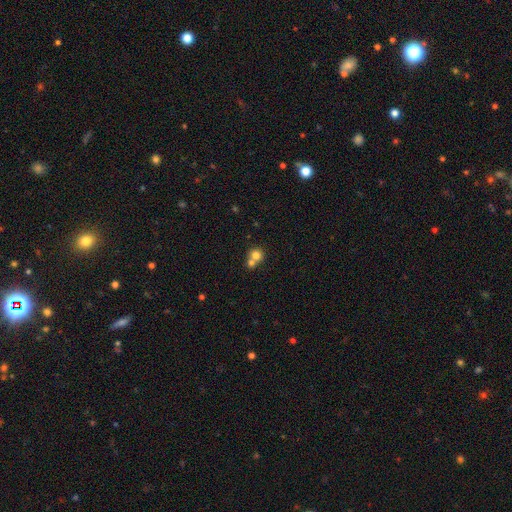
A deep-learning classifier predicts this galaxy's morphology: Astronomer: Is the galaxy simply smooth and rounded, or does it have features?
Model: smooth — 76%.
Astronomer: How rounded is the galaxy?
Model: round — 83%.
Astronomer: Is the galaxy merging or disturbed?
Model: merger — 54% (runner-up: none, 38%).